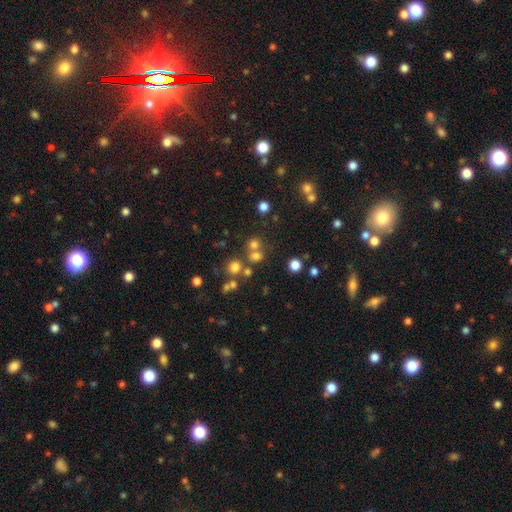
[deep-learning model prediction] Q: Smooth or featured?
A: smooth (66%); runner-up: star or artifact (24%)
Q: How rounded?
A: round (80%); runner-up: in between (19%)
Q: Merging?
A: none (59%); runner-up: merger (27%)